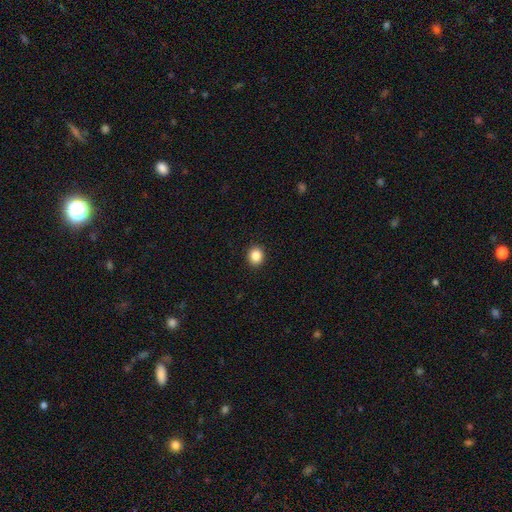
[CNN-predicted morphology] smooth 86%, star or artifact 10%, featured or disk 4%. Down the decision tree: how rounded — round (80%); merging — none (93%).